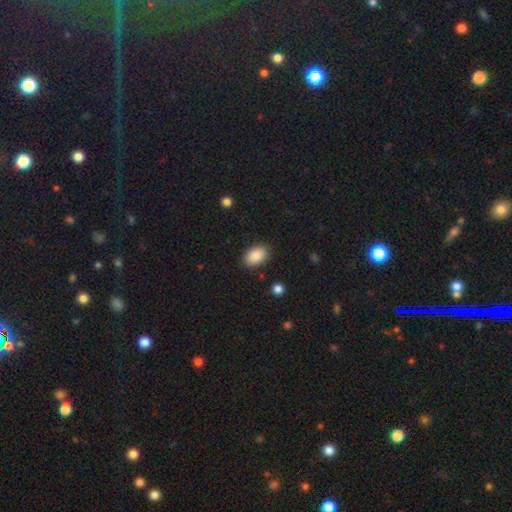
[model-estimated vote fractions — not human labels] smooth_or_featured: smooth (p=0.88) [alt: star or artifact p=0.07]
how_rounded: in between (p=0.86) [alt: round p=0.13]
merging: none (p=0.87) [alt: minor disturbance p=0.09]